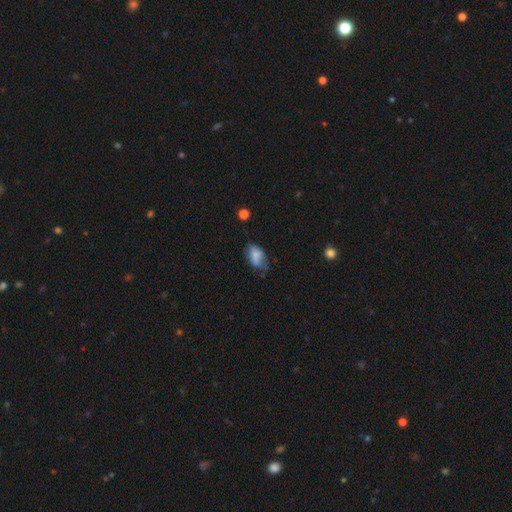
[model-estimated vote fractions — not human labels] The model was most divided on "merging": none: 42%, minor disturbance: 38%, major disturbance: 16%, merger: 3%. More confident: how rounded — in between (90%); smooth or featured — smooth (71%).